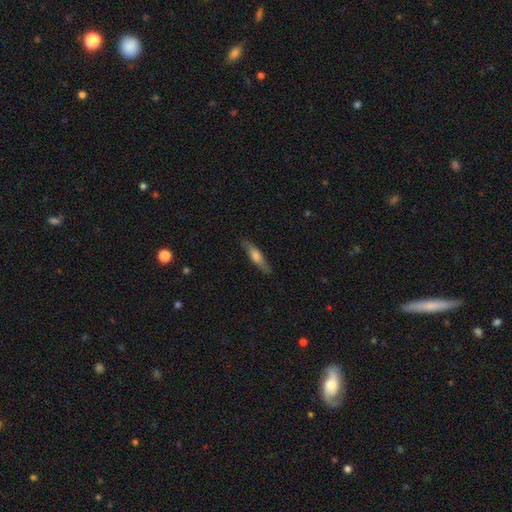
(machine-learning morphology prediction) featured or disk 49%, smooth 45%, star or artifact 6%. Down the decision tree: merging — none (86%).